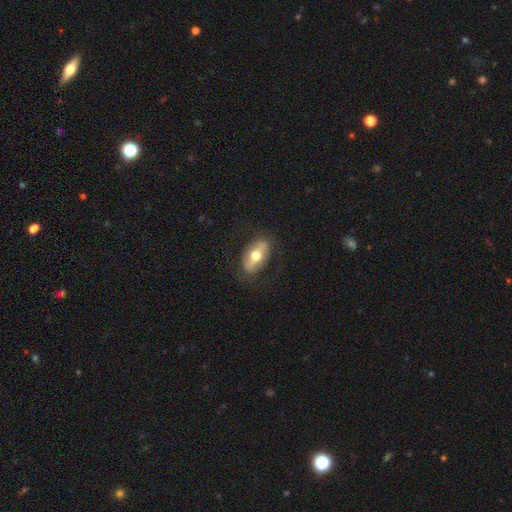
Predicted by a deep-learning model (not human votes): This is possibly a smooth galaxy (48%). Merging: clearly none (81%).